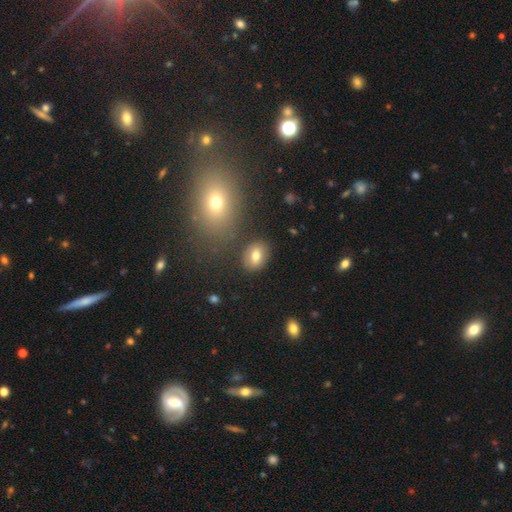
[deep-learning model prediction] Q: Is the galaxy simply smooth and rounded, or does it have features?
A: smooth — 74%.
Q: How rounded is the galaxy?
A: in between — 70%.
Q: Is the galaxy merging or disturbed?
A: none — 83%.